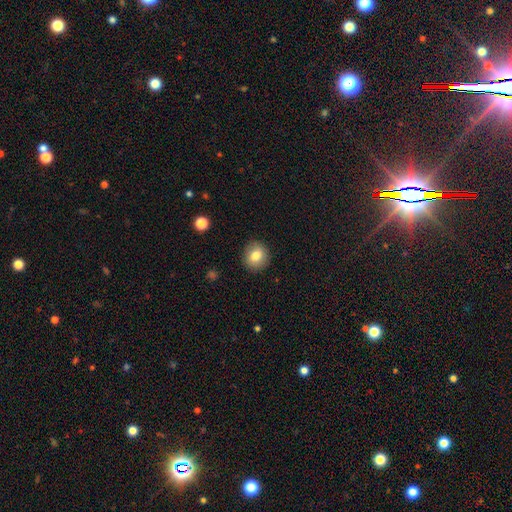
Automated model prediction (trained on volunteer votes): smooth 80%, featured or disk 11%, star or artifact 9%. Down the decision tree: how rounded — round (84%); merging — none (89%).